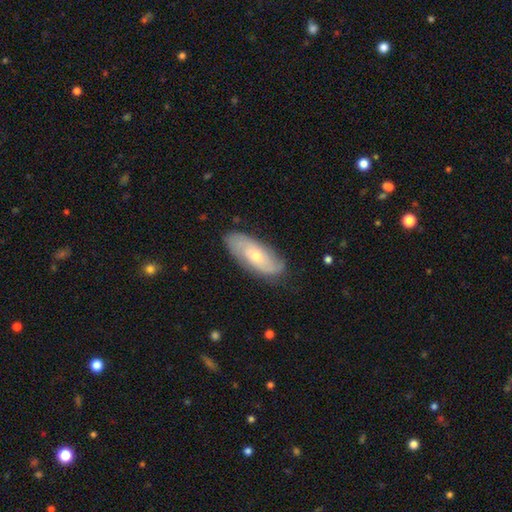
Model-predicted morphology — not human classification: type=featured or disk (58%); edge-on=no (86%); merging=none (80%).